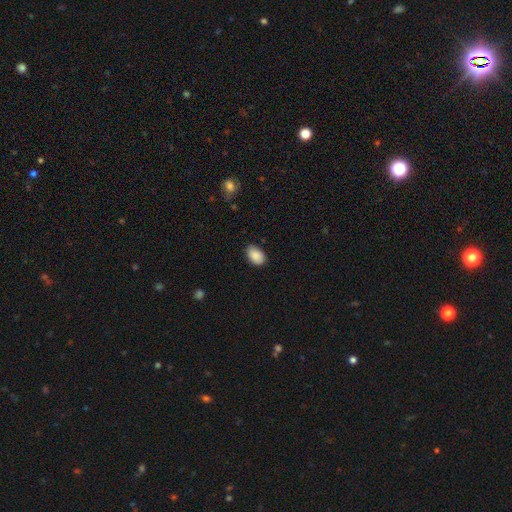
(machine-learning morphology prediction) A smooth galaxy with no disk features (89%) that is in between round and cigar-shaped (90%).

Vote fractions:
- Smooth or featured? smooth: 89% / star or artifact: 7% / featured or disk: 4%
- How rounded? in between: 90% / round: 9% / cigar-shaped: 1%
- Merging? none: 83% / minor disturbance: 14% / major disturbance: 2% / merger: 1%